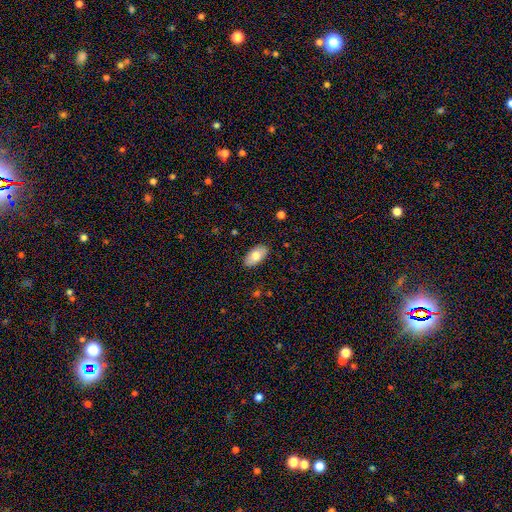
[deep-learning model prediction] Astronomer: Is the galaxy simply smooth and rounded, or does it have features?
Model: smooth — 78%.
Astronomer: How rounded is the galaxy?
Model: in between — 94%.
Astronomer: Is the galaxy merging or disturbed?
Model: none — 88%.